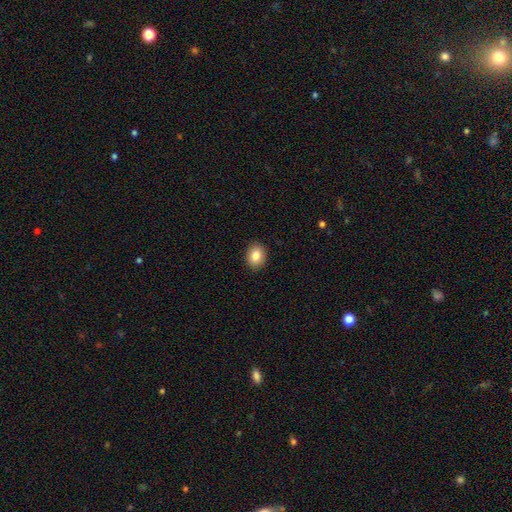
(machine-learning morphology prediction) smooth_or_featured: smooth (p=0.84) [alt: star or artifact p=0.09]
how_rounded: in between (p=0.57) [alt: round p=0.42]
merging: none (p=0.90) [alt: minor disturbance p=0.07]